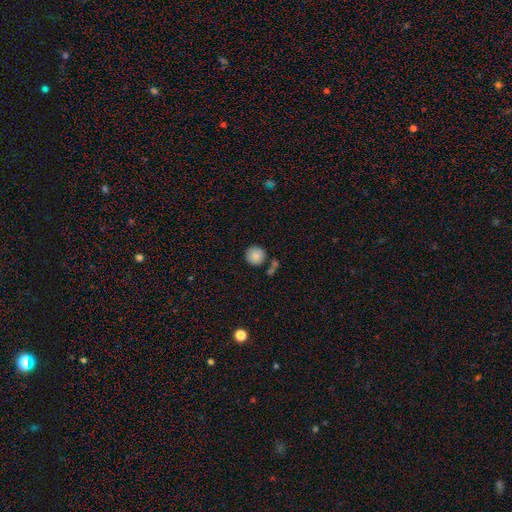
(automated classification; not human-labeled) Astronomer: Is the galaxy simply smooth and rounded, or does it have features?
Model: smooth — 87%.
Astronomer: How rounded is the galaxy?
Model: round — 93%.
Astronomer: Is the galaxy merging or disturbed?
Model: none — 73%.